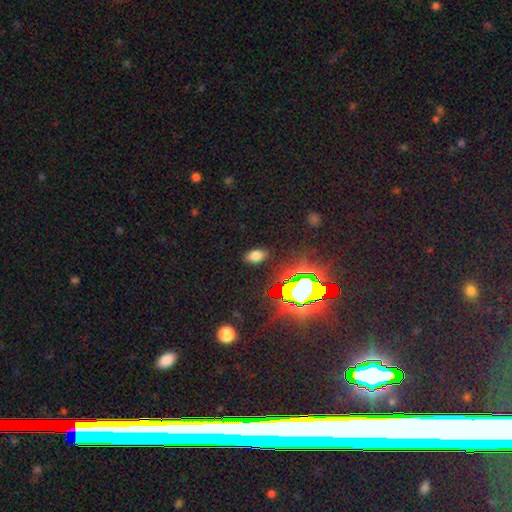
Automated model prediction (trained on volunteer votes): This appears to be a smooth galaxy with no disk features (69%) that is in between round and cigar-shaped (90%). Merging: none (86%).